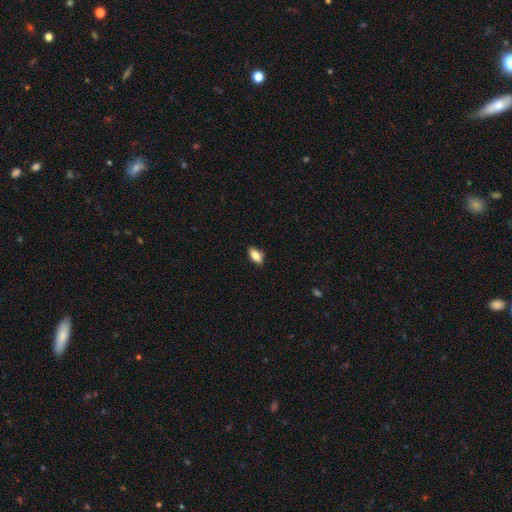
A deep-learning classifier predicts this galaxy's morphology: type=smooth (81%); roundness=in between (87%); merging=none (84%).